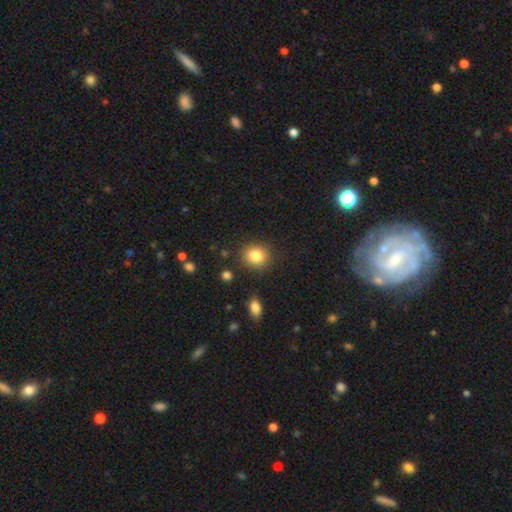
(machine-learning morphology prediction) smooth-or-featured: smooth: 84% | star or artifact: 10% | featured or disk: 6%
  how-rounded: round: 80% | in between: 19% | cigar-shaped: 1%
  merging: none: 86% | minor disturbance: 9% | major disturbance: 3% | merger: 2%